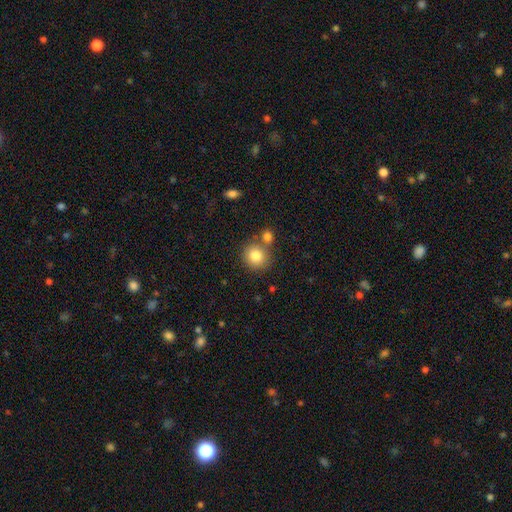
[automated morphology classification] Overall: smooth (82%). How rounded: round (88%). Merging: none (66%).